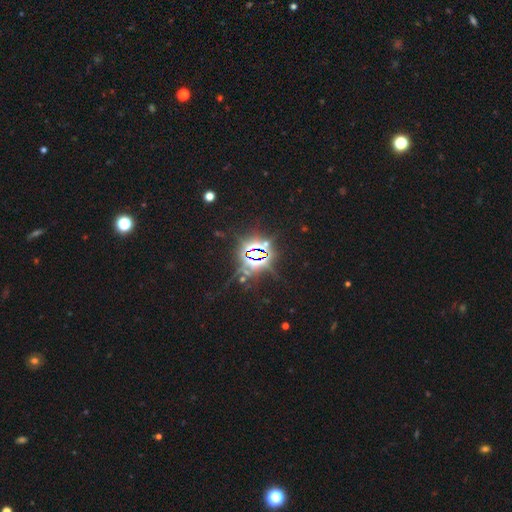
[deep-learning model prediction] Q: Smooth or featured?
A: star or artifact (84%); runner-up: smooth (8%)